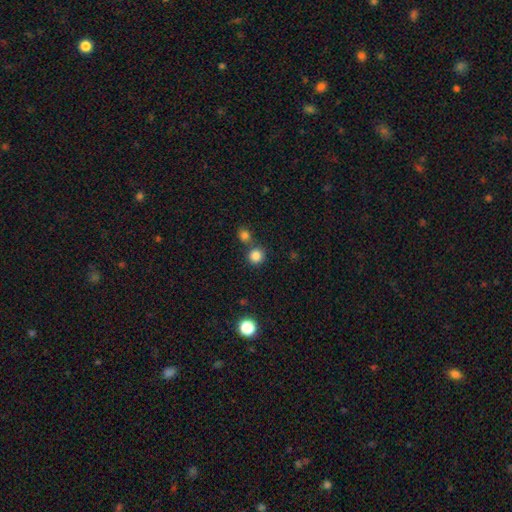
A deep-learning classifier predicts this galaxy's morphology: Smooth or featured? Predicted: smooth (p=0.84). How rounded? Predicted: round (p=0.92). Merging? Predicted: none (p=0.71).